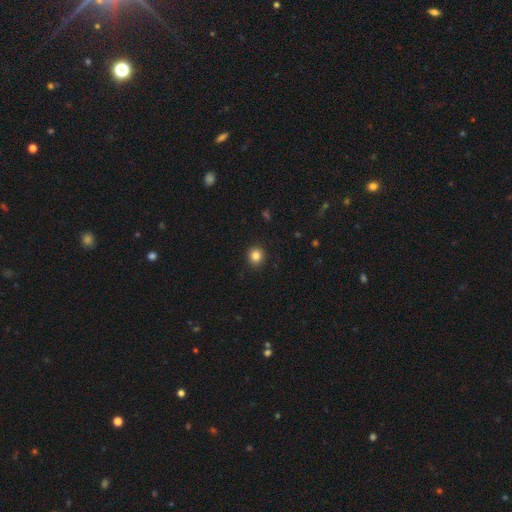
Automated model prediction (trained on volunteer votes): Overall: smooth (85%). How rounded: round (89%). Merging: none (92%).